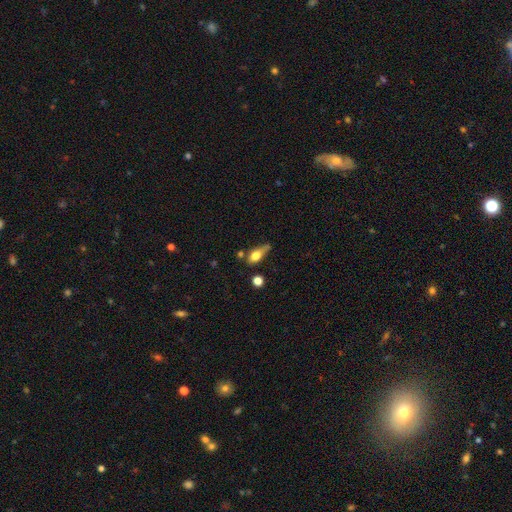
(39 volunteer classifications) Smooth or featured? 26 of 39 (67%) said smooth. How rounded? 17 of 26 (65%) said in between. Merging? 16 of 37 (43%) said minor disturbance.